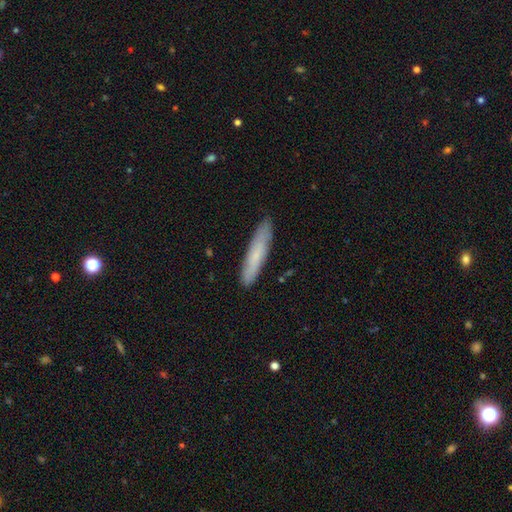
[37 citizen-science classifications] This appears to be a smooth galaxy with no disk features (65%) that is cigar-shaped (88%). Merging: none (89%).